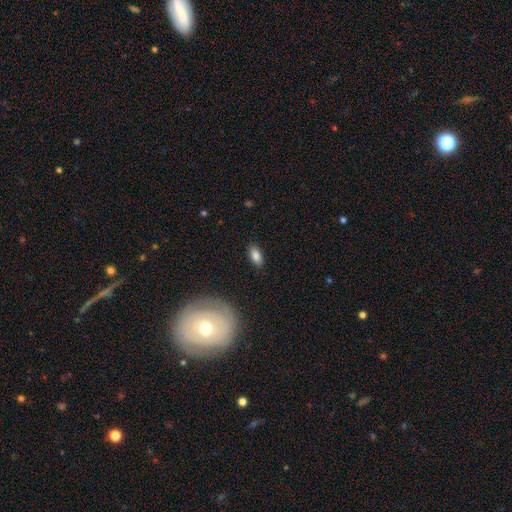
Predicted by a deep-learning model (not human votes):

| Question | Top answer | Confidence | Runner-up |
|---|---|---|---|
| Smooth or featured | smooth | 84% | featured or disk (8%) |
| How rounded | in between | 90% | cigar-shaped (7%) |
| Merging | none | 88% | minor disturbance (9%) |